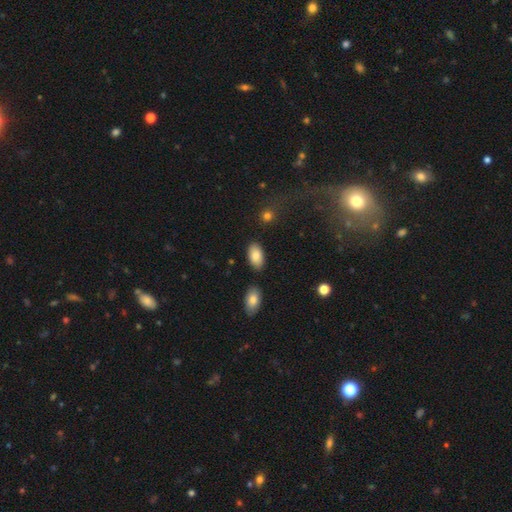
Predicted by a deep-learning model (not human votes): The model was most divided on "merging": none: 82%, minor disturbance: 11%, merger: 5%, major disturbance: 3%. More confident: how rounded — in between (95%); smooth or featured — smooth (85%).